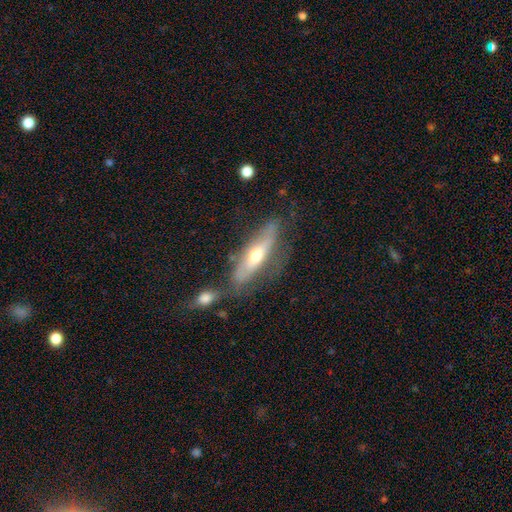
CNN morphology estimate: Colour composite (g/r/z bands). It shows a featured or disk galaxy (57%) viewed edge-on (64%). Merging: none (55%).